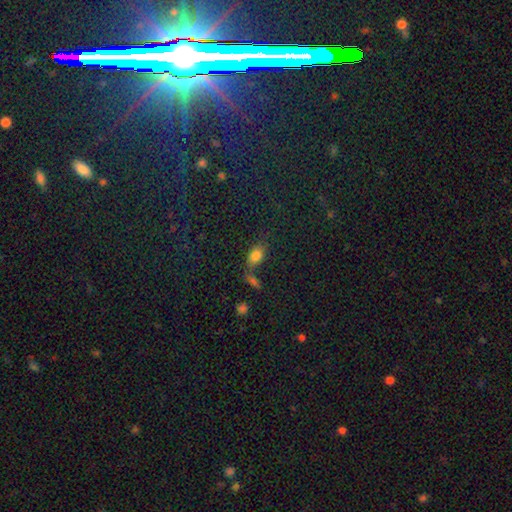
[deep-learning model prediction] This appears to be a smooth galaxy with no disk features (77%) that is in between round and cigar-shaped (84%). Merging: none (53%).